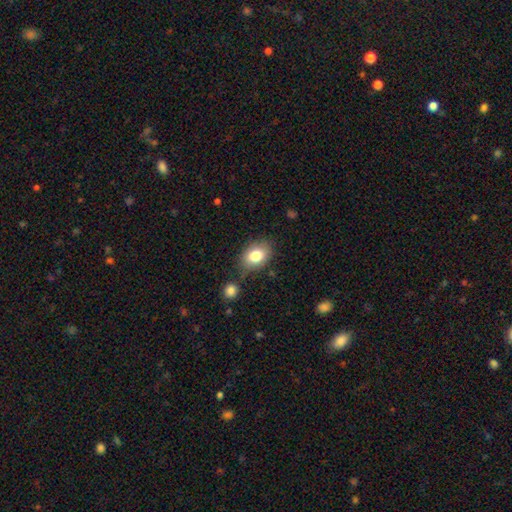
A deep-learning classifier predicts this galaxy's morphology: Smooth or featured: smooth — 81% (featured or disk — 11%)
How rounded: in between — 78% (round — 21%)
Merging: none — 74% (minor disturbance — 16%)